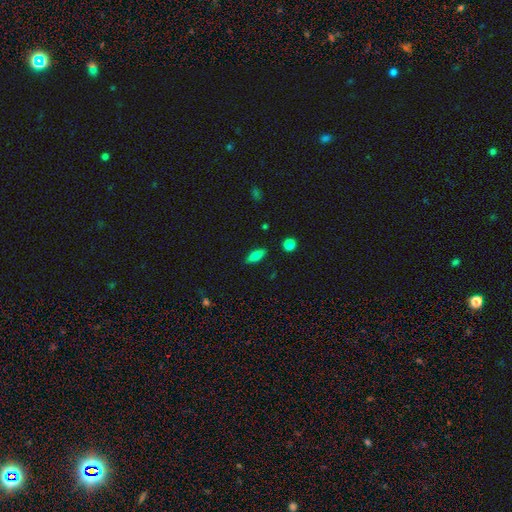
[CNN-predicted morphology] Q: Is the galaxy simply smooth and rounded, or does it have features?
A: smooth — 79%.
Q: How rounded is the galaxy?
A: in between — 68%.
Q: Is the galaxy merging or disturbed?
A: none — 87%.